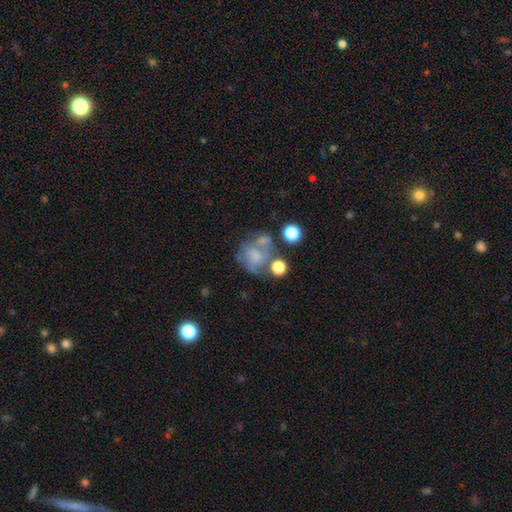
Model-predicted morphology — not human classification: Smooth or featured?
  - smooth: 45% *
  - featured or disk: 41%
  - star or artifact: 14%
Merging?
  - none: 34% *
  - merger: 25%
  - major disturbance: 22%
  - minor disturbance: 19%